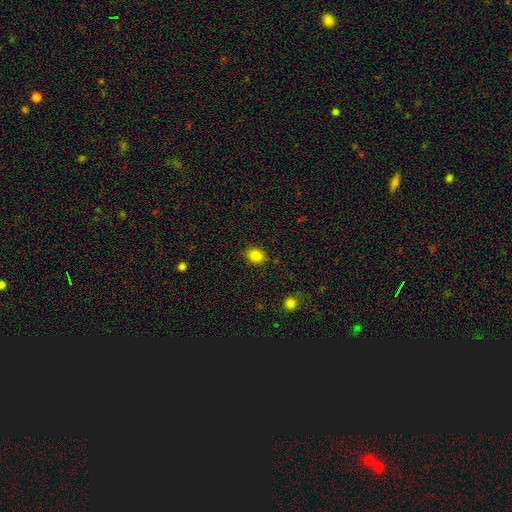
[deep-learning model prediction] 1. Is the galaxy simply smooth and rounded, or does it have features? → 84% smooth, 11% star or artifact, 5% featured or disk.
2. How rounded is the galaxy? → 59% round, 40% in between, 1% cigar-shaped.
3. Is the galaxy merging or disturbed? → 87% none, 9% minor disturbance, 2% major disturbance, 1% merger.